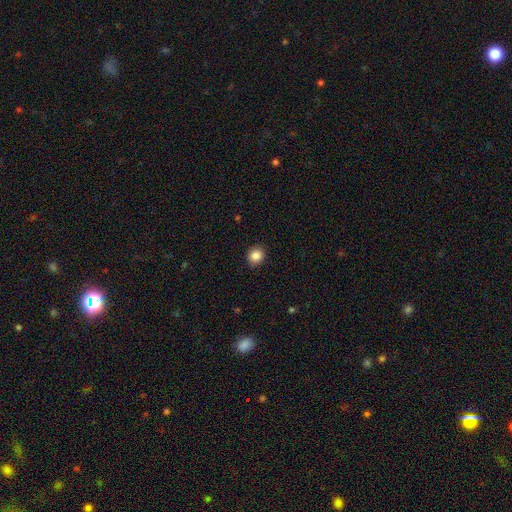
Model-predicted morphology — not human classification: Overall: smooth (86%). How rounded: round (78%). Merging: none (90%).